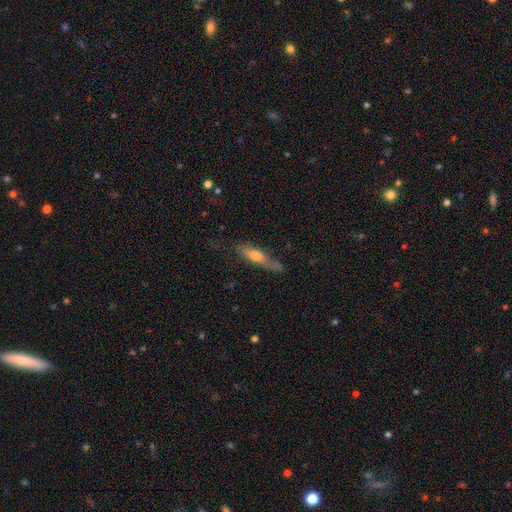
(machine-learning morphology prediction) A smooth galaxy with no disk features (59%) that is cigar-shaped (73%).

Vote fractions:
- Smooth or featured? smooth: 59% / featured or disk: 34% / star or artifact: 7%
- How rounded? cigar-shaped: 73% / in between: 25% / round: 2%
- Merging? none: 58% / minor disturbance: 27% / major disturbance: 12% / merger: 3%